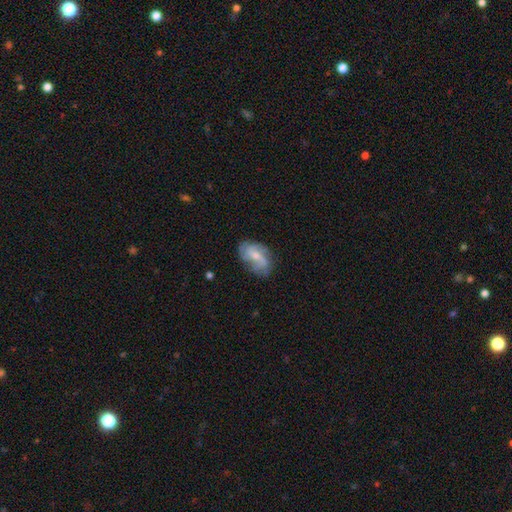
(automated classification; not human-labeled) Smooth or featured: featured or disk — 61% (smooth — 31%)
Edge-on disk: no — 96% (yes — 4%)
Bar: weak — 46% (no — 41%)
Spiral arms: yes — 84% (no — 16%)
Bulge size: moderate — 44% (small — 42%)
Merging: none — 64% (minor disturbance — 24%)